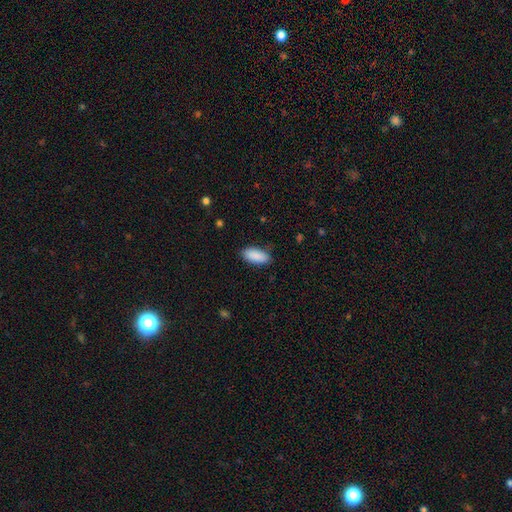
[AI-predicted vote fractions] Smooth or featured? Predicted: smooth (p=0.90). How rounded? Predicted: in between (p=0.88). Merging? Predicted: none (p=0.84).